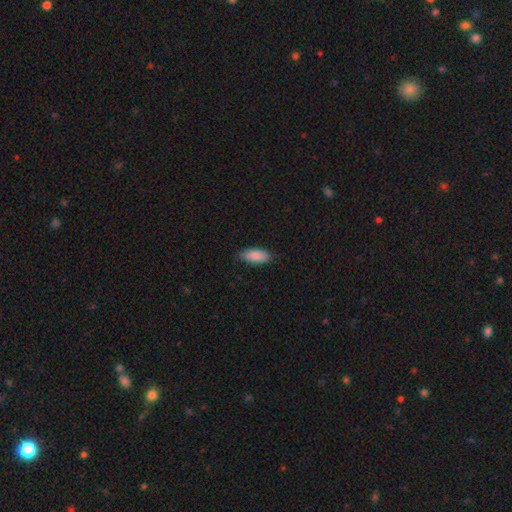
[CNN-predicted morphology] Overall: smooth (87%). How rounded: in between (85%). Merging: none (81%).